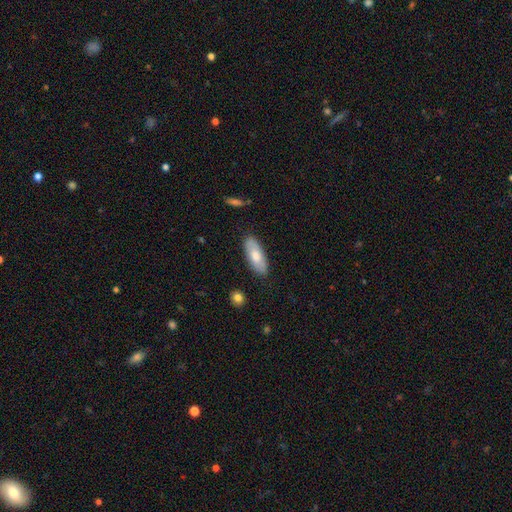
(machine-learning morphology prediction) The model was most divided on "smooth or featured": smooth: 70%, featured or disk: 24%, star or artifact: 5%. More confident: merging — none (85%); how rounded — in between (81%).